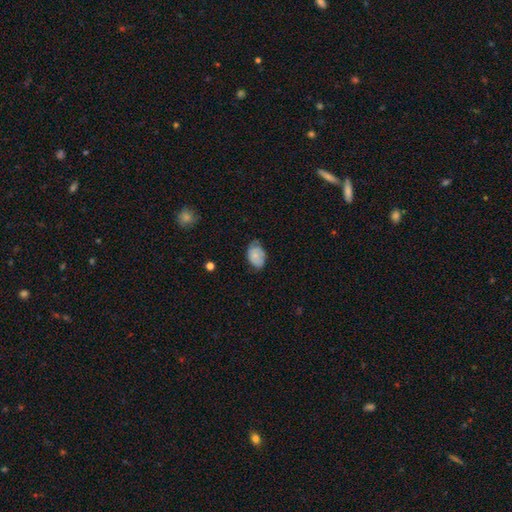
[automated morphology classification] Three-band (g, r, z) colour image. It shows a smooth galaxy with no disk features (75%) that is in between round and cigar-shaped (84%). Merging: none (53%).